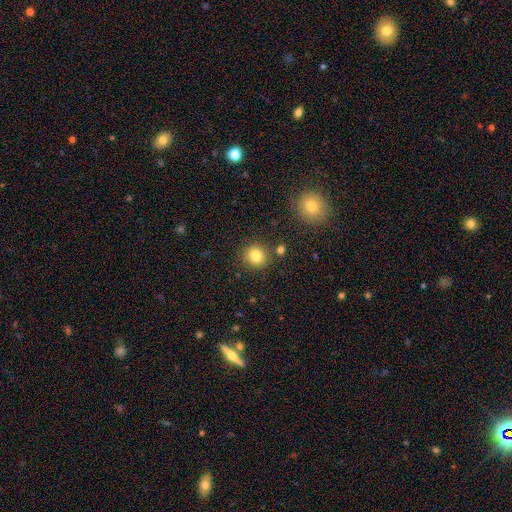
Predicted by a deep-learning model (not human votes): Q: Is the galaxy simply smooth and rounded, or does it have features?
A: smooth — 82%.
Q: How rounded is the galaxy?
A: round — 85%.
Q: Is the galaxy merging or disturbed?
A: none — 84%.